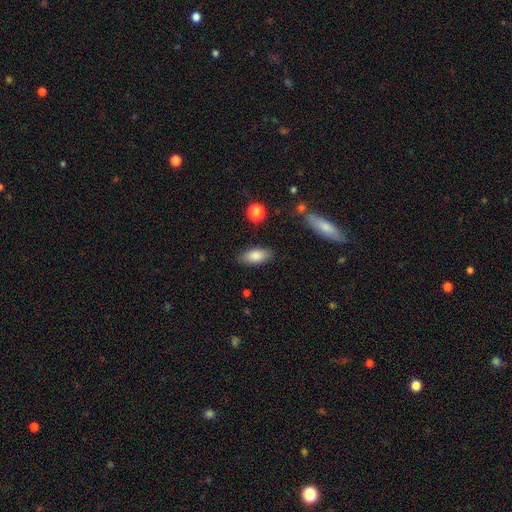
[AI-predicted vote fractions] smooth 85%, featured or disk 8%, star or artifact 7%. Down the decision tree: how rounded — in between (86%); merging — none (85%).